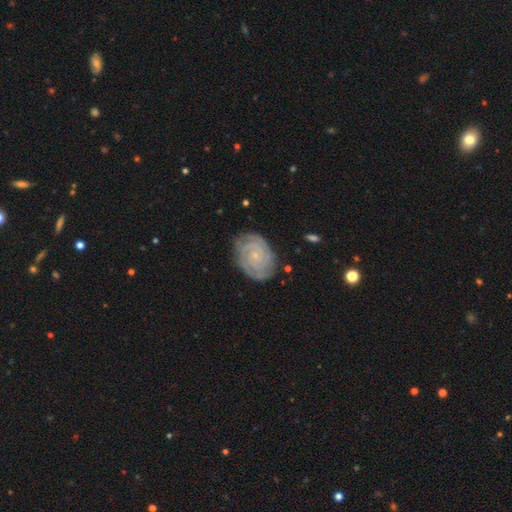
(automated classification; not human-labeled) Q: Smooth or featured?
A: featured or disk (84%); runner-up: smooth (10%)
Q: Edge-on disk?
A: no (97%); runner-up: yes (3%)
Q: Bar?
A: no (76%); runner-up: weak (20%)
Q: Spiral arms?
A: yes (97%); runner-up: no (3%)
Q: Spiral winding?
A: tight (80%); runner-up: medium (17%)
Q: Spiral arm count?
A: 2 (28%); runner-up: can't tell (24%)
Q: Bulge size?
A: small (84%); runner-up: moderate (10%)
Q: Merging?
A: none (80%); runner-up: minor disturbance (15%)